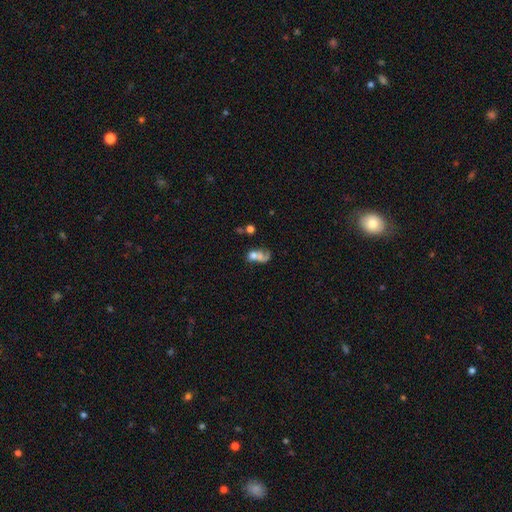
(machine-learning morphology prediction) This is possibly a smooth galaxy (48%). Merging: possibly merger (47%).